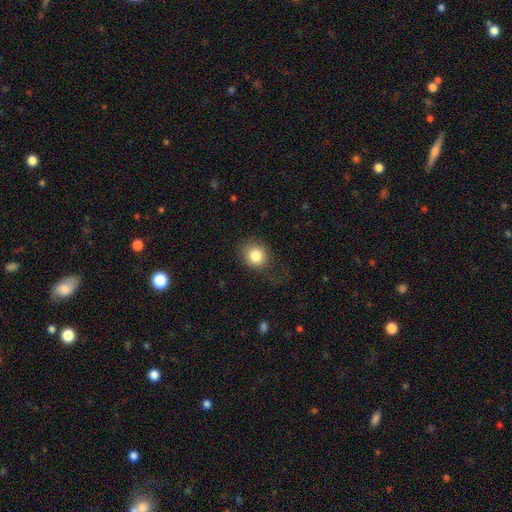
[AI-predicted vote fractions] A smooth galaxy with no disk features (83%) that is round (78%).

Vote fractions:
- Smooth or featured? smooth: 83% / star or artifact: 9% / featured or disk: 7%
- How rounded? round: 78% / in between: 21% / cigar-shaped: 1%
- Merging? none: 70% / minor disturbance: 18% / major disturbance: 11% / merger: 1%